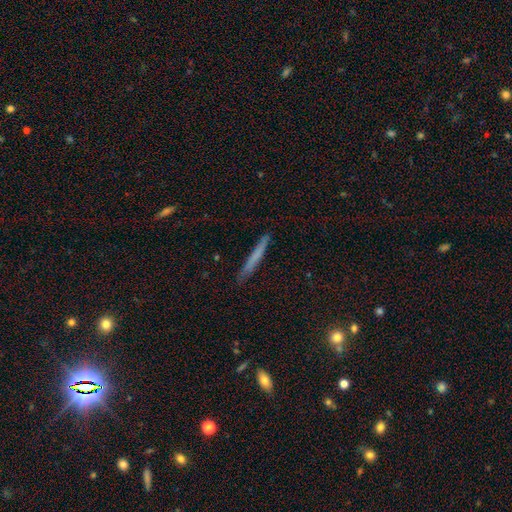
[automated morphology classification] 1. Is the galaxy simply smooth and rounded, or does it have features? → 63% smooth, 30% featured or disk, 7% star or artifact.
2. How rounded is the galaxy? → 97% cigar-shaped, 2% in between, 1% round.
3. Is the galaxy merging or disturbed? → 88% none, 9% minor disturbance, 2% major disturbance, 1% merger.